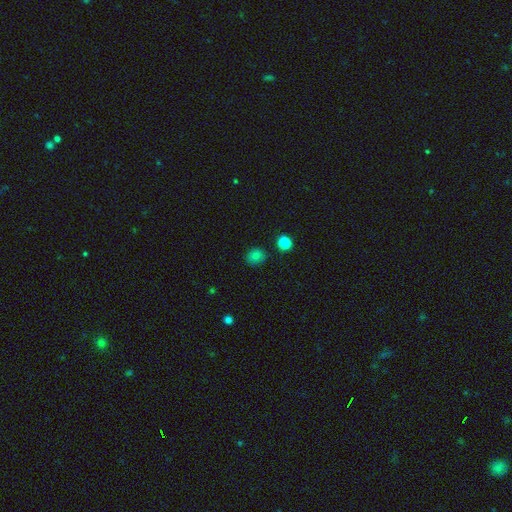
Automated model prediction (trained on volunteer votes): Overall: smooth (77%). How rounded: round (72%). Merging: none (84%).